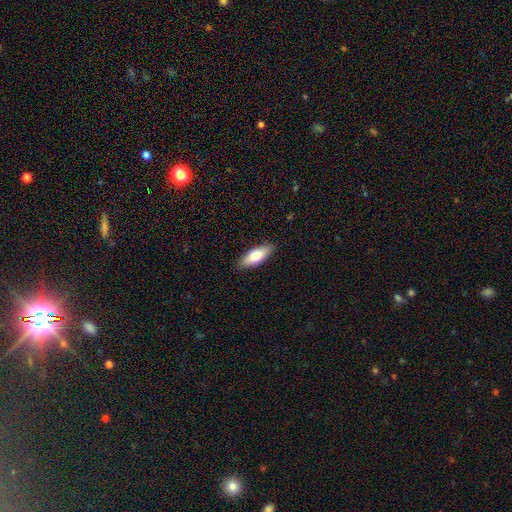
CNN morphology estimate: The model was most divided on "how rounded": in between: 71%, cigar-shaped: 27%, round: 2%. More confident: merging — none (88%); smooth or featured — smooth (74%).